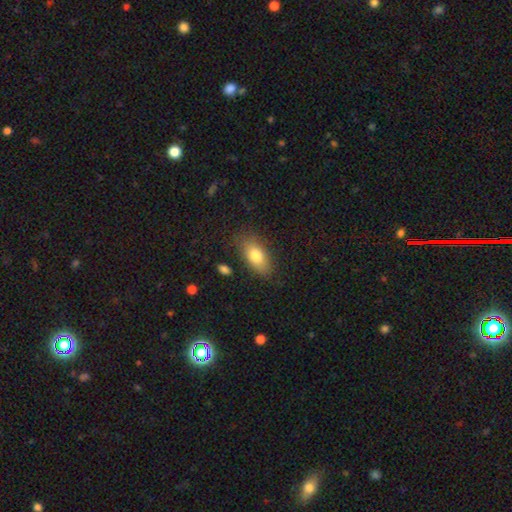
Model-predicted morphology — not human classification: A smooth galaxy with no disk features (78%) that is in between round and cigar-shaped (88%). Merging: none (78%).